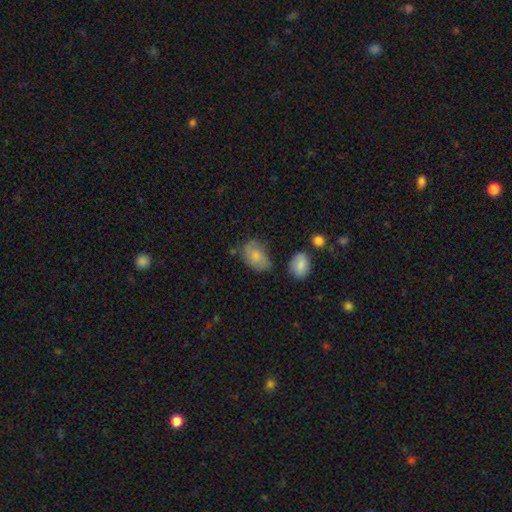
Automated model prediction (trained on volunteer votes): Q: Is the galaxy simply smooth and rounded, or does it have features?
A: smooth — 73%.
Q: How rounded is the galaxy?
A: in between — 85%.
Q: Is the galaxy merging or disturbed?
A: none — 51%.